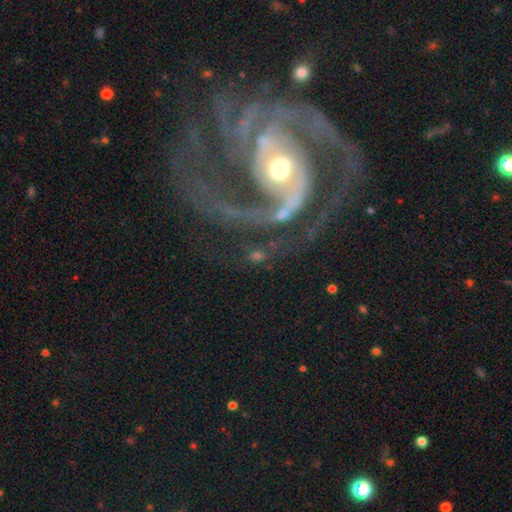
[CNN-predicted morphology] Q: Smooth or featured?
A: featured or disk (67%); runner-up: smooth (20%)
Q: Edge-on disk?
A: no (94%); runner-up: yes (6%)
Q: Bar?
A: no (43%); runner-up: weak (31%)
Q: Spiral arms?
A: yes (82%); runner-up: no (18%)
Q: Spiral winding?
A: loose (41%); runner-up: medium (38%)
Q: Spiral arm count?
A: 2 (55%); runner-up: 1 (18%)
Q: Bulge size?
A: moderate (53%); runner-up: small (28%)
Q: Merging?
A: none (51%); runner-up: major disturbance (25%)